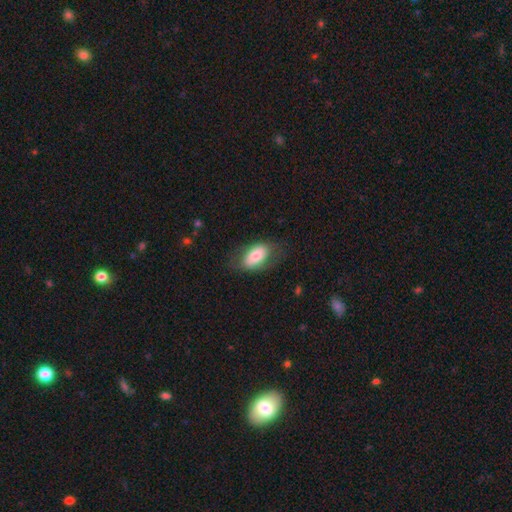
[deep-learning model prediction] smooth_or_featured: smooth (p=0.70) [alt: featured or disk p=0.23]
how_rounded: in between (p=0.91) [alt: round p=0.06]
merging: none (p=0.67) [alt: minor disturbance p=0.21]